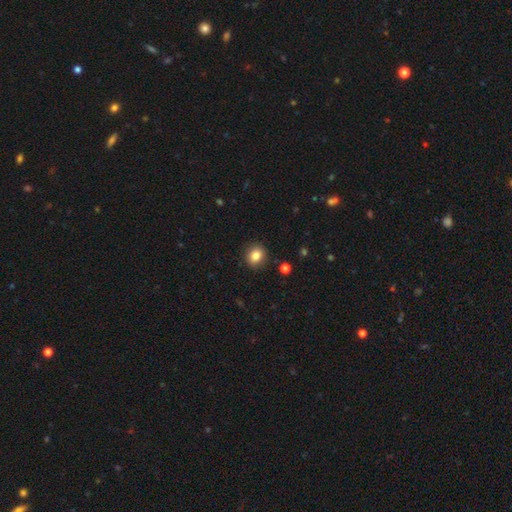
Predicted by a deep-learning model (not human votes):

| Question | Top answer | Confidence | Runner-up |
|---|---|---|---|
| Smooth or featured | smooth | 83% | star or artifact (10%) |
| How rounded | round | 74% | in between (25%) |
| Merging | none | 89% | minor disturbance (7%) |